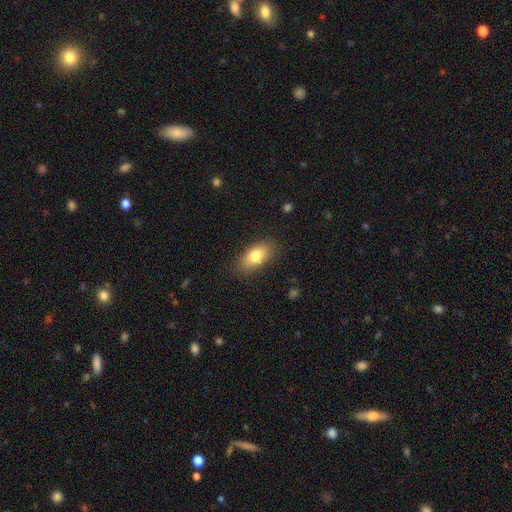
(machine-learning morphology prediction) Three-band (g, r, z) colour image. It shows a smooth galaxy with no disk features (78%) that is in between round and cigar-shaped (88%). Merging: none (84%).